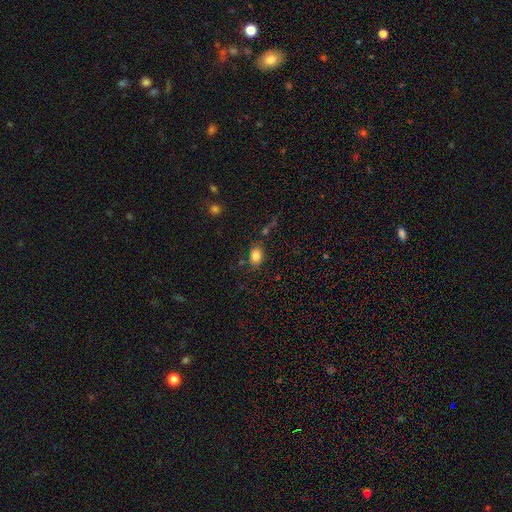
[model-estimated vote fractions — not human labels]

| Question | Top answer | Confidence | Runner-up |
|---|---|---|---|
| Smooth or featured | smooth | 83% | star or artifact (10%) |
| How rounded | in between | 72% | round (26%) |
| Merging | none | 77% | minor disturbance (13%) |